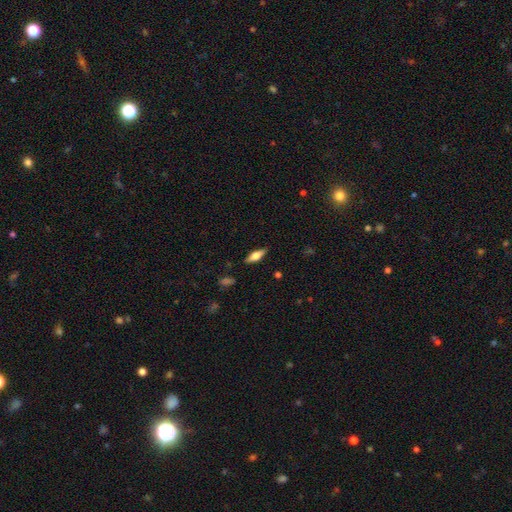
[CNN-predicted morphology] Smooth or featured: smooth — 57% (featured or disk — 36%)
How rounded: in between — 61% (cigar-shaped — 36%)
Merging: none — 86% (minor disturbance — 10%)